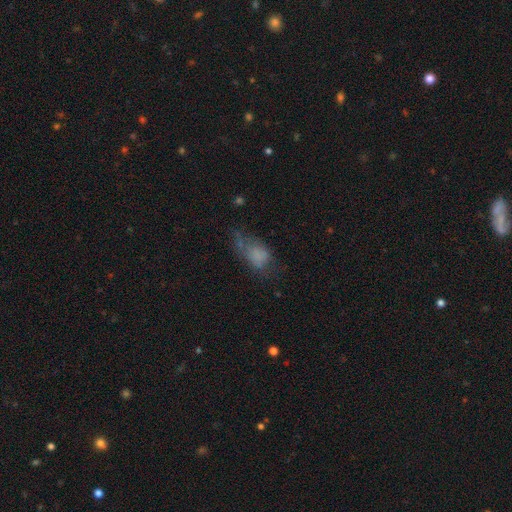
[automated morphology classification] Smooth or featured?
  - smooth: 59% *
  - featured or disk: 26%
  - star or artifact: 14%
How rounded?
  - in between: 83% *
  - round: 12%
  - cigar-shaped: 5%
Merging?
  - major disturbance: 35% *
  - none: 31%
  - minor disturbance: 28%
  - merger: 5%